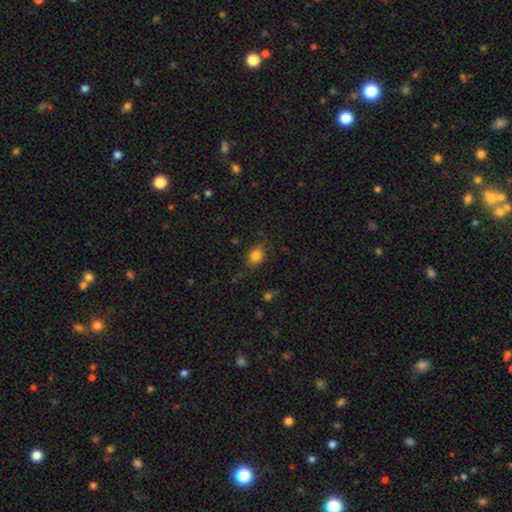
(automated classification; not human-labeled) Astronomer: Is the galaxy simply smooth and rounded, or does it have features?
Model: smooth — 81%.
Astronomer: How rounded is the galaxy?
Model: in between — 62%.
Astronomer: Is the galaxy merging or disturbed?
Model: none — 73%.